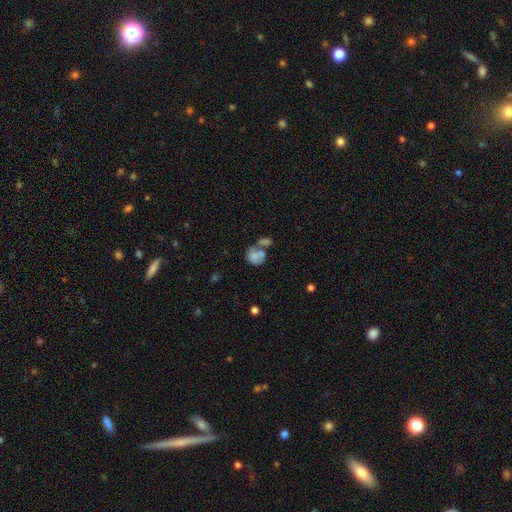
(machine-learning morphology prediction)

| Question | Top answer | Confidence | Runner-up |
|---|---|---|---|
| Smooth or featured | smooth | 69% | featured or disk (21%) |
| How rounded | round | 59% | in between (40%) |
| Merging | merger | 52% | none (22%) |